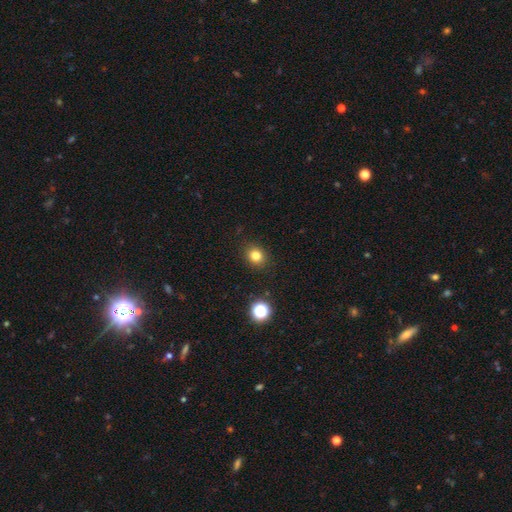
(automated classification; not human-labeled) Smooth or featured? smooth (80%)
How rounded? round (75%)
Merging? none (90%)